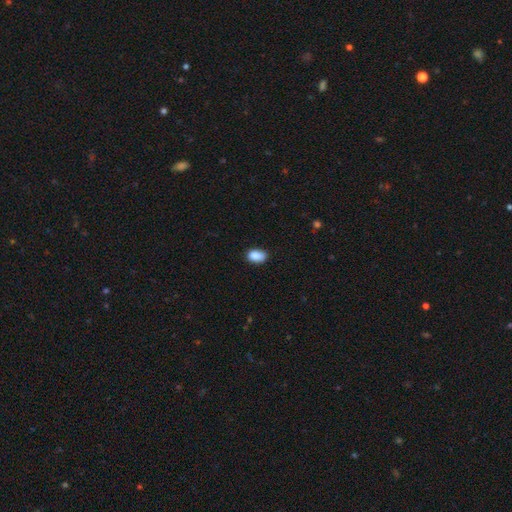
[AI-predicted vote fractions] smooth 88%, star or artifact 8%, featured or disk 4%. Down the decision tree: how rounded — in between (88%); merging — none (81%).